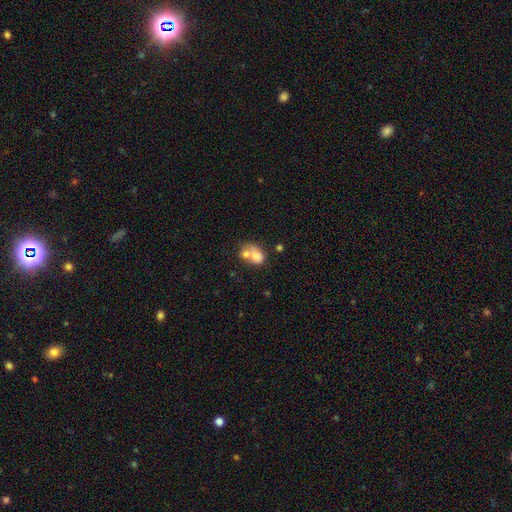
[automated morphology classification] Smooth or featured? smooth (70%)
How rounded? in between (61%)
Merging? merger (59%)